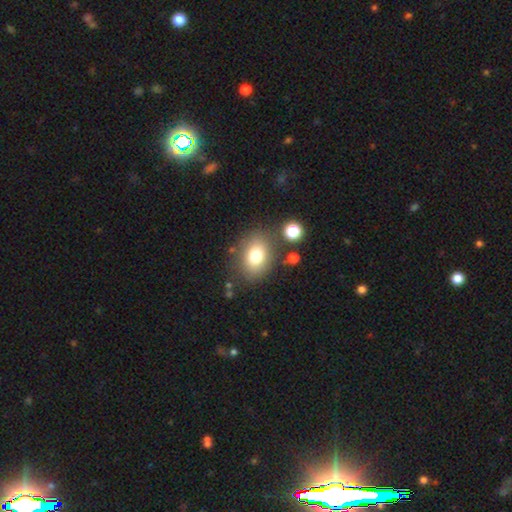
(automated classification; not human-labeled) A smooth galaxy with no disk features (76%) that is in between round and cigar-shaped (67%).

Vote fractions:
- Smooth or featured? smooth: 76% / featured or disk: 13% / star or artifact: 11%
- How rounded? in between: 67% / round: 32% / cigar-shaped: 1%
- Merging? none: 77% / minor disturbance: 12% / merger: 7% / major disturbance: 5%